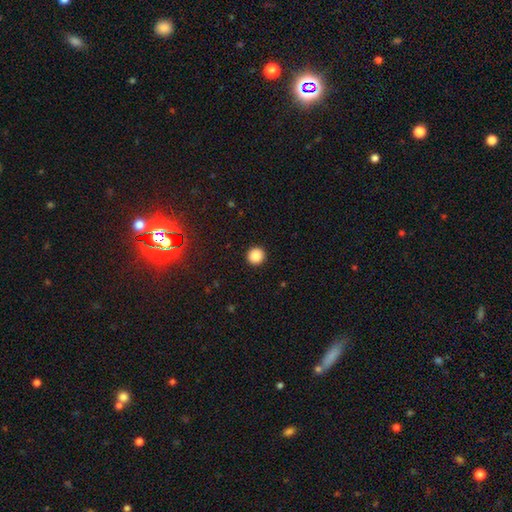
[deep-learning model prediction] Smooth or featured? smooth (87%)
How rounded? round (95%)
Merging? none (93%)